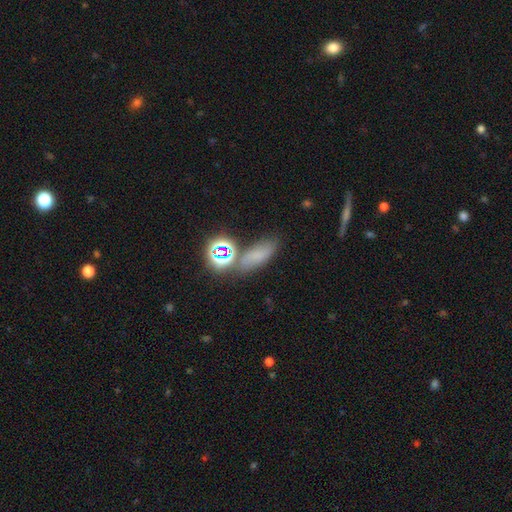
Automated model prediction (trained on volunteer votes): The model was most divided on "smooth or featured": smooth: 59%, star or artifact: 26%, featured or disk: 14%. More confident: how rounded — in between (66%); merging — none (64%).